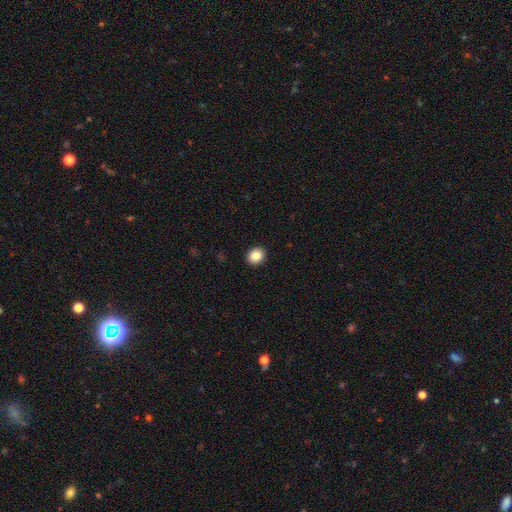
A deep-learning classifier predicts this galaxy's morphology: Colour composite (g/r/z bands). It shows a smooth galaxy with no disk features (86%) that is round (70%). Merging: none (92%).